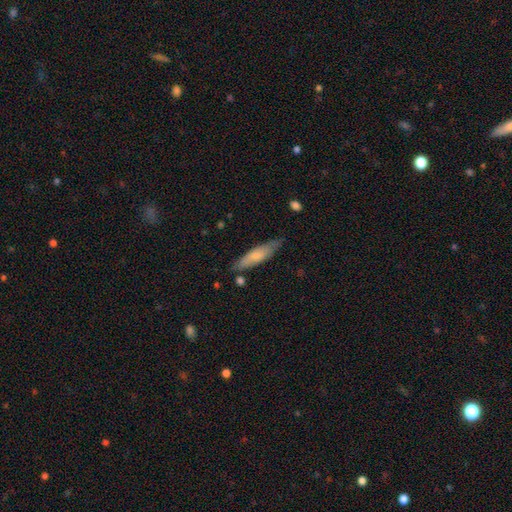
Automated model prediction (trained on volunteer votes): This appears to be a smooth galaxy with no disk features (67%) that is cigar-shaped (73%). Merging: none (74%).